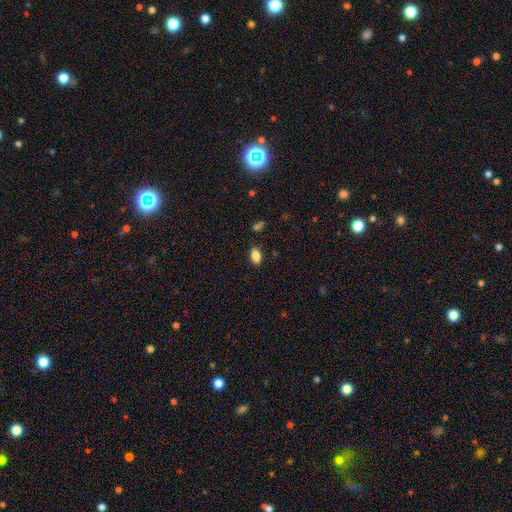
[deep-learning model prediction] Smooth or featured?
  - smooth: 85% *
  - star or artifact: 9%
  - featured or disk: 6%
How rounded?
  - in between: 91% *
  - round: 6%
  - cigar-shaped: 4%
Merging?
  - none: 85% *
  - minor disturbance: 11%
  - major disturbance: 2%
  - merger: 2%